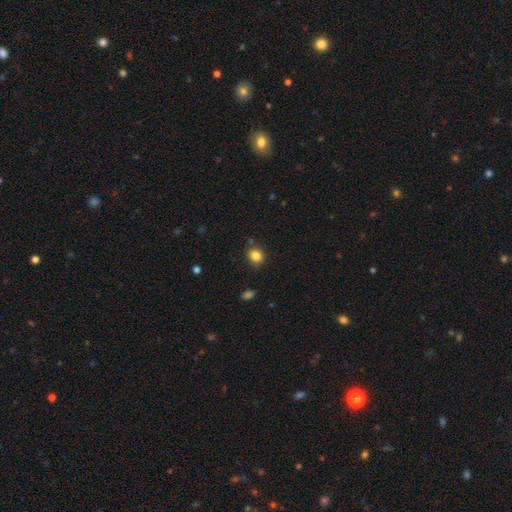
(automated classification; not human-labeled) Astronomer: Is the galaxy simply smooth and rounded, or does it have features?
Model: smooth — 84%.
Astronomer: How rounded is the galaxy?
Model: round — 68%.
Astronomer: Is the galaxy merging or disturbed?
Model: none — 81%.